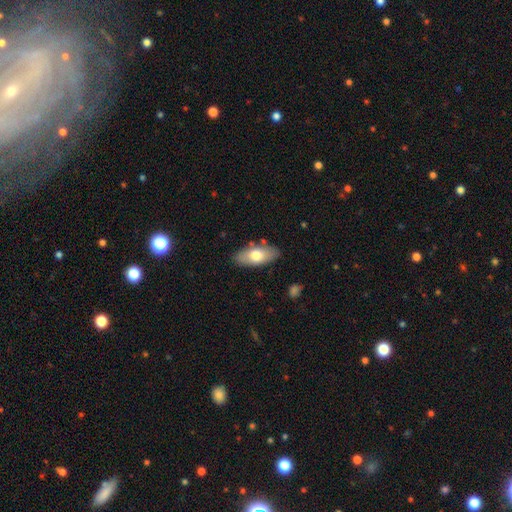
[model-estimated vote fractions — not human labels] Smooth or featured? Predicted: smooth (p=0.70). How rounded? Predicted: in between (p=0.87). Merging? Predicted: none (p=0.84).